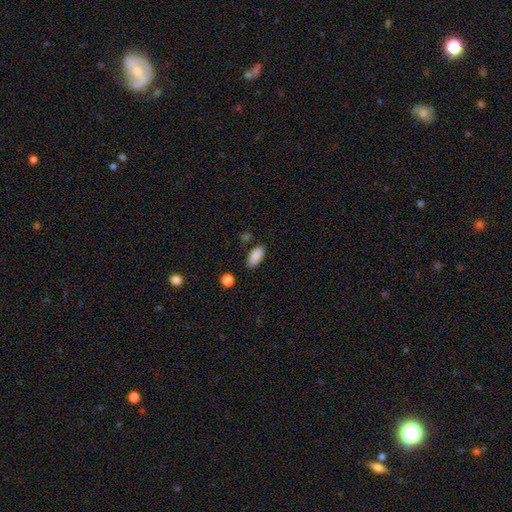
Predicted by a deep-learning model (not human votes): The model was most divided on "merging": none: 81%, minor disturbance: 13%, merger: 3%, major disturbance: 3%. More confident: how rounded — in between (92%); smooth or featured — smooth (89%).